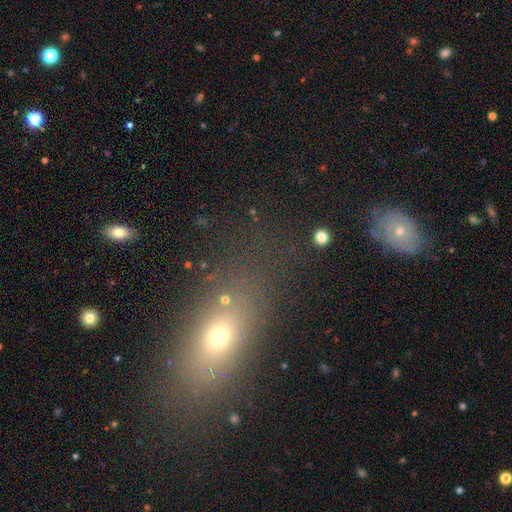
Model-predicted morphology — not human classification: A smooth galaxy with no disk features (59%) that is in between round and cigar-shaped (65%).

Vote fractions:
- Smooth or featured? smooth: 59% / star or artifact: 25% / featured or disk: 17%
- How rounded? in between: 65% / round: 22% / cigar-shaped: 14%
- Merging? none: 70% / minor disturbance: 14% / major disturbance: 9% / merger: 7%